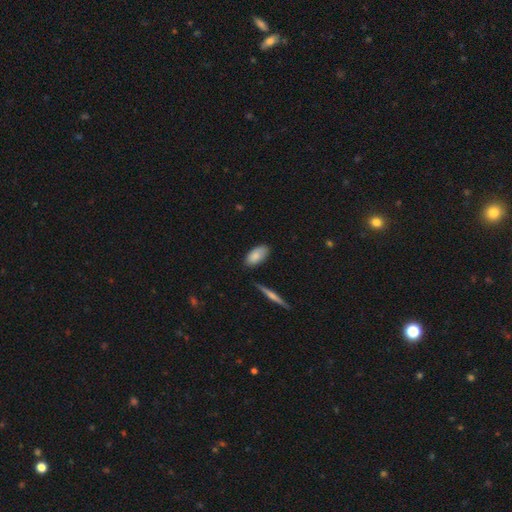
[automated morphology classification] Overall: smooth (83%). How rounded: in between (90%). Merging: none (78%).